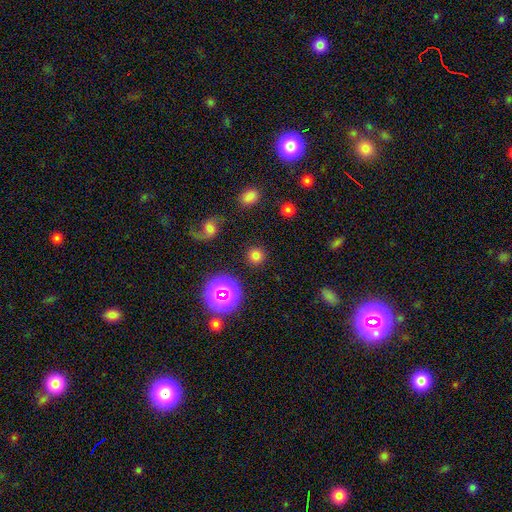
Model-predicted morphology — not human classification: Overall: smooth (74%). How rounded: round (93%). Merging: none (89%).